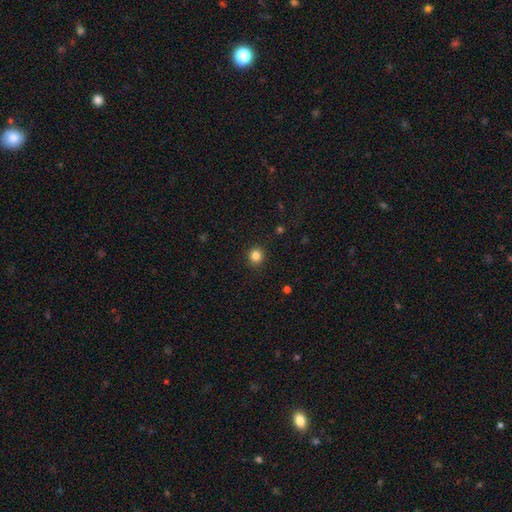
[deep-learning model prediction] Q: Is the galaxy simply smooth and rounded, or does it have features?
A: smooth — 83%.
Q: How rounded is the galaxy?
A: round — 92%.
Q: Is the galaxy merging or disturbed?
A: none — 92%.